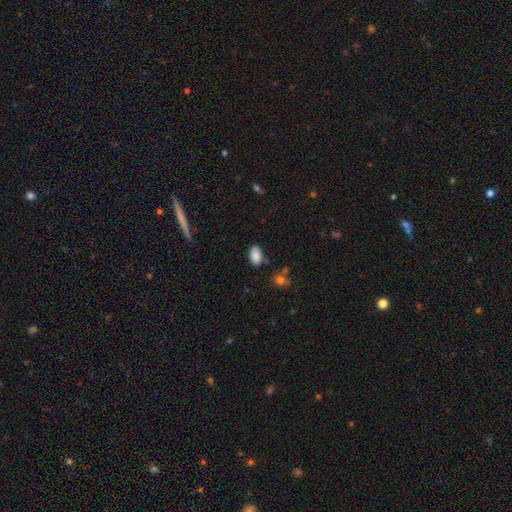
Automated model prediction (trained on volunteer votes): Q: Smooth or featured?
A: smooth (87%); runner-up: star or artifact (8%)
Q: How rounded?
A: in between (90%); runner-up: round (9%)
Q: Merging?
A: none (79%); runner-up: minor disturbance (15%)